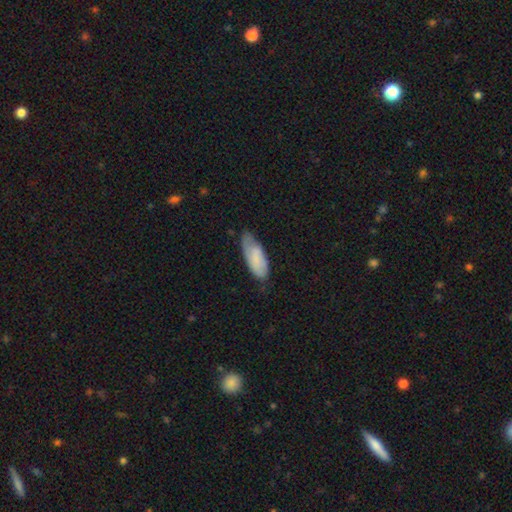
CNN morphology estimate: Smooth or featured?
  - smooth: 73% *
  - featured or disk: 21%
  - star or artifact: 6%
How rounded?
  - in between: 78% *
  - cigar-shaped: 21%
  - round: 2%
Merging?
  - none: 58% *
  - minor disturbance: 33%
  - major disturbance: 8%
  - merger: 2%